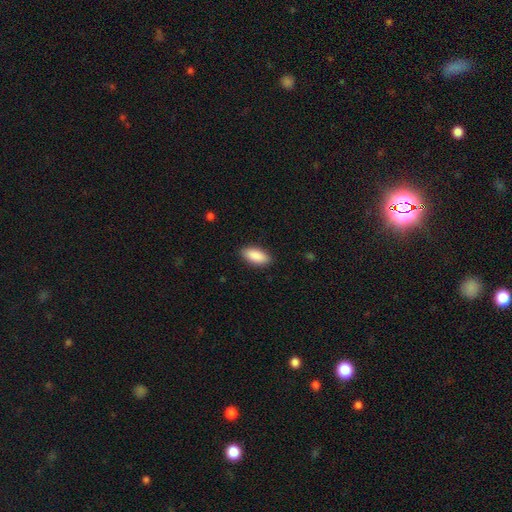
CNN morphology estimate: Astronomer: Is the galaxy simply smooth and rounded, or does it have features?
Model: smooth — 91%.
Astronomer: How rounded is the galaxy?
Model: in between — 88%.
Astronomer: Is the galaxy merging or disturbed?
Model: none — 89%.